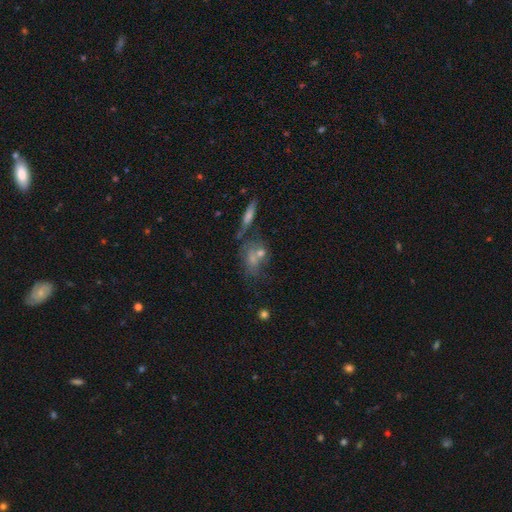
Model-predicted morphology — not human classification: Q: Smooth or featured?
A: smooth (56%); runner-up: featured or disk (30%)
Q: How rounded?
A: in between (61%); runner-up: round (31%)
Q: Merging?
A: none (37%); runner-up: merger (36%)